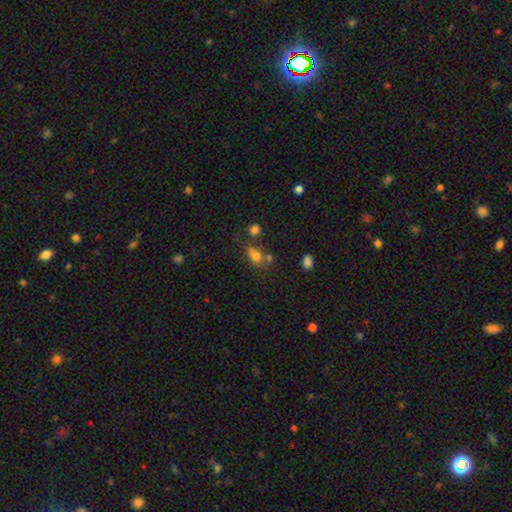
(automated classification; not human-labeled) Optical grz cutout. It shows a smooth galaxy with no disk features (73%) that is in between round and cigar-shaped (65%). Merging: none (47%).